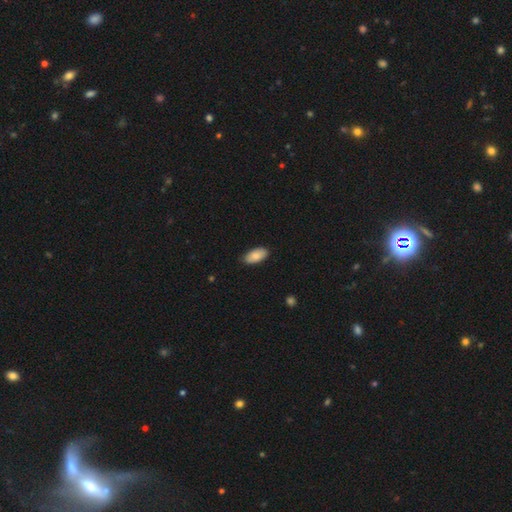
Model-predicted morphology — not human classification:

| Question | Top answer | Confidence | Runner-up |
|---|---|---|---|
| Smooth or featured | smooth | 85% | featured or disk (9%) |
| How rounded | in between | 94% | cigar-shaped (4%) |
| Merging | none | 85% | minor disturbance (12%) |